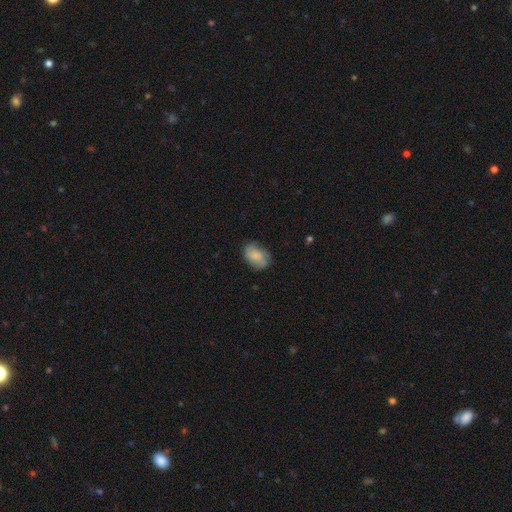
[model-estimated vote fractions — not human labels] Morphology: type=smooth (72%); roundness=in between (80%); merging=none (69%).